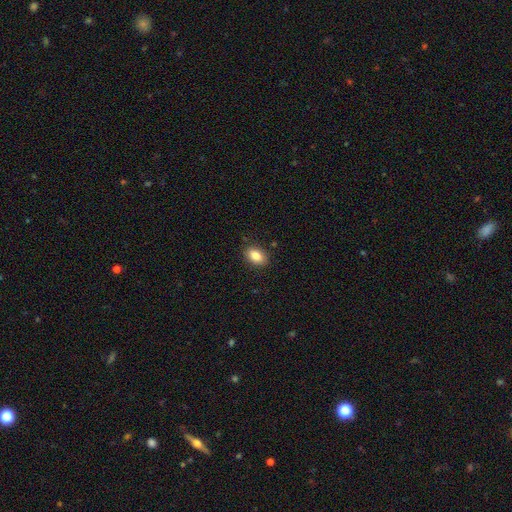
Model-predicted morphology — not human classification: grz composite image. It shows a smooth galaxy with no disk features (85%) that is in between round and cigar-shaped (87%). Merging: none (87%).